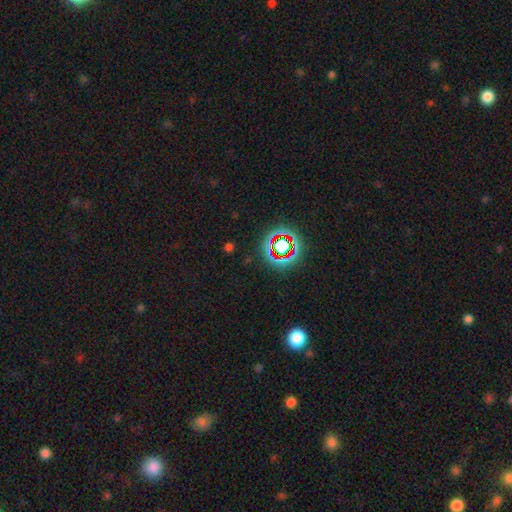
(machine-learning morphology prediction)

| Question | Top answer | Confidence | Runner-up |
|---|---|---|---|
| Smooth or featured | star or artifact | 74% | smooth (14%) |